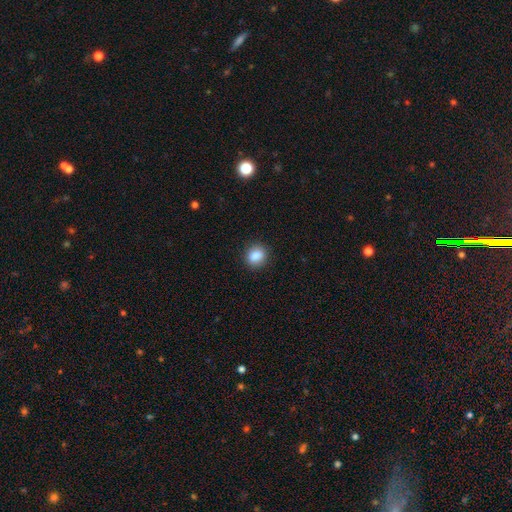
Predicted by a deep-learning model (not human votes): smooth_or_featured: smooth (p=0.87) [alt: star or artifact p=0.09]
how_rounded: round (p=0.63) [alt: in between p=0.36]
merging: none (p=0.87) [alt: minor disturbance p=0.09]